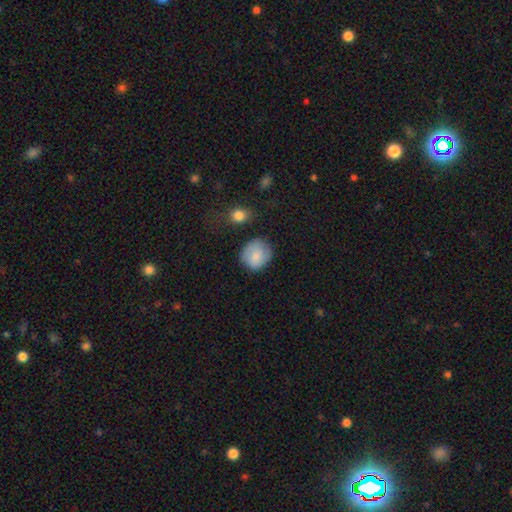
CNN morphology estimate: smooth_or_featured: smooth (p=0.80) [alt: featured or disk p=0.13]
how_rounded: round (p=0.82) [alt: in between p=0.17]
merging: none (p=0.71) [alt: minor disturbance p=0.20]